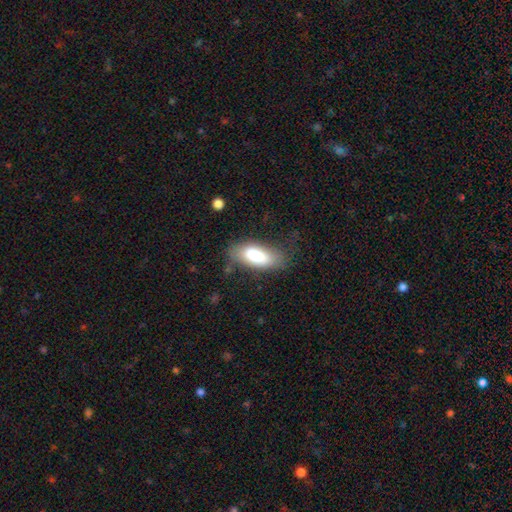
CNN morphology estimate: smooth_or_featured: smooth (p=0.79) [alt: featured or disk p=0.14]
how_rounded: in between (p=0.83) [alt: cigar-shaped p=0.15]
merging: none (p=0.59) [alt: minor disturbance p=0.26]